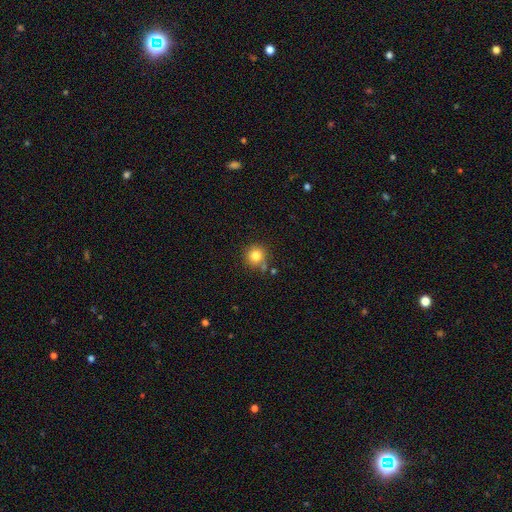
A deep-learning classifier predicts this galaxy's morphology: The model was most divided on "merging": none: 74%, minor disturbance: 12%, merger: 10%, major disturbance: 4%. More confident: how rounded — round (92%); smooth or featured — smooth (82%).